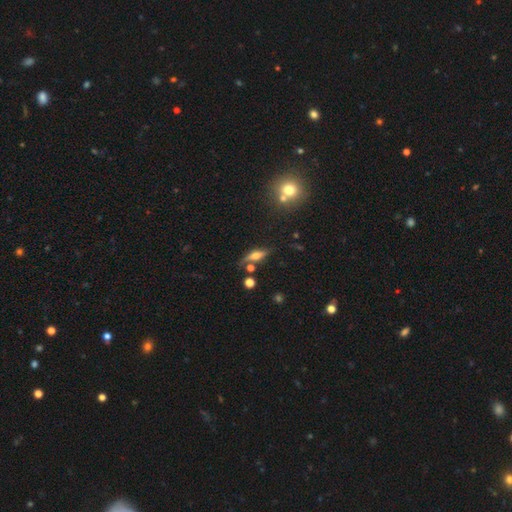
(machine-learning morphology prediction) A featured or disk galaxy (55%) viewed edge-on (90%).

Vote fractions:
- Smooth or featured? featured or disk: 55% / smooth: 34% / star or artifact: 10%
- Edge-on disk? yes: 90% / no: 10%
- Merging? none: 72% / minor disturbance: 15% / merger: 9% / major disturbance: 5%